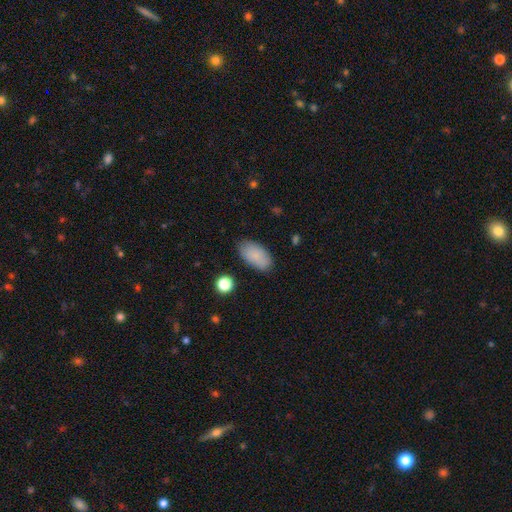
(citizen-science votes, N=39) This appears to be a smooth galaxy with no disk features (95%) that is in between round and cigar-shaped (97%). Merging: none (95%).